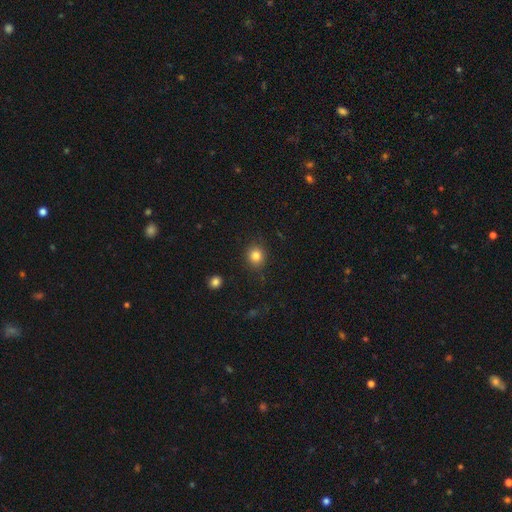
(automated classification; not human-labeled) Morphology: type=smooth (83%); roundness=round (83%); merging=none (87%).